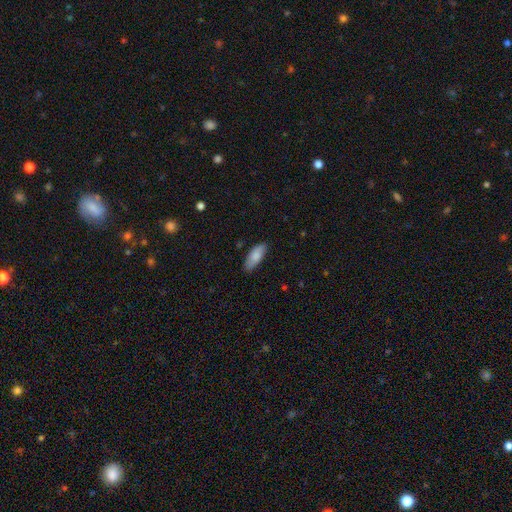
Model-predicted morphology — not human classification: This appears to be a smooth galaxy with no disk features (84%) that is in between round and cigar-shaped (76%). Merging: none (82%).